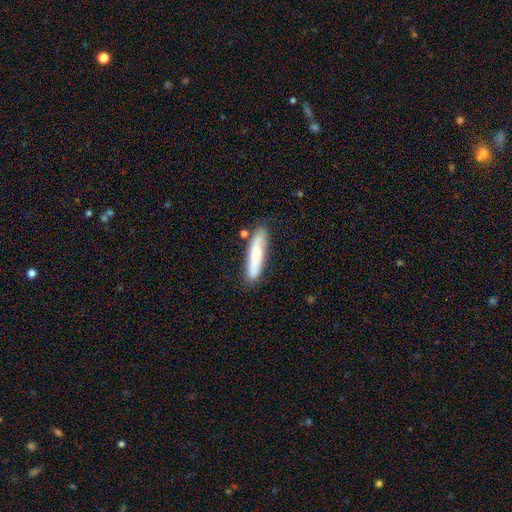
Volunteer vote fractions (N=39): Volunteers were most divided on "smooth or featured": smooth: 79%, featured or disk: 18%, star or artifact: 3%. More confident: how rounded — cigar-shaped (97%); merging — none (87%).